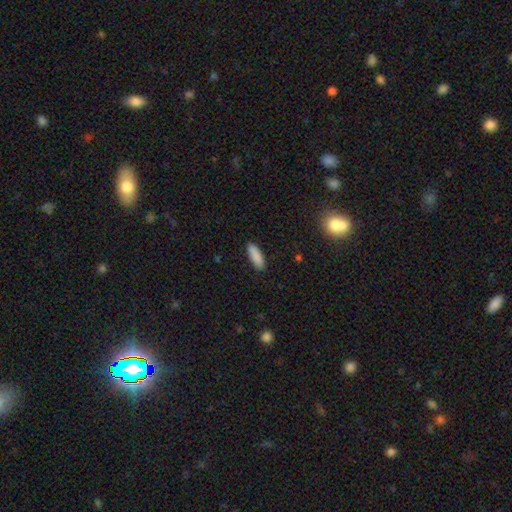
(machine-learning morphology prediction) Smooth or featured? smooth (89%)
How rounded? in between (56%)
Merging? none (88%)